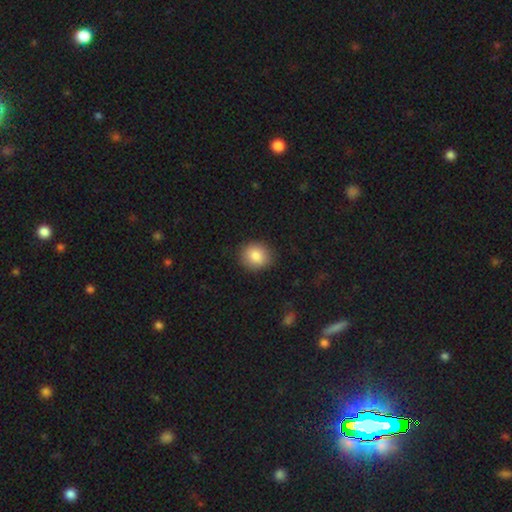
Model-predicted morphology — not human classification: smooth 86%, star or artifact 8%, featured or disk 6%. Down the decision tree: how rounded — round (77%); merging — none (88%).